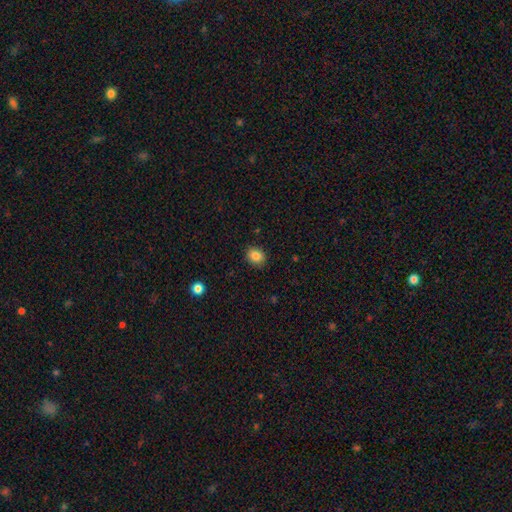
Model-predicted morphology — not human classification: This appears to be a smooth galaxy with no disk features (85%) that is round (55%). Merging: none (88%).